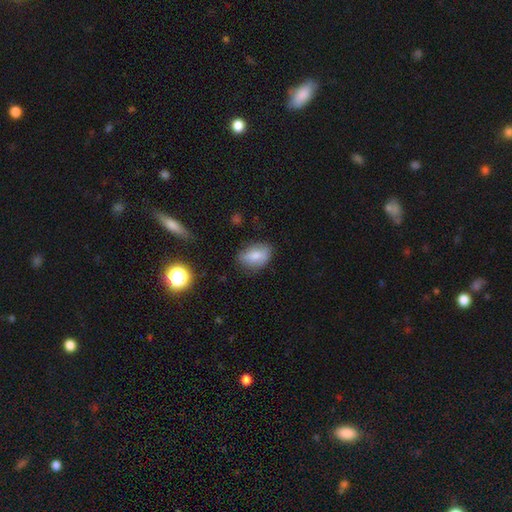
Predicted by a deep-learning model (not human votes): The model was most divided on "merging": none: 73%, minor disturbance: 21%, major disturbance: 5%, merger: 2%. More confident: how rounded — in between (86%); smooth or featured — smooth (73%).